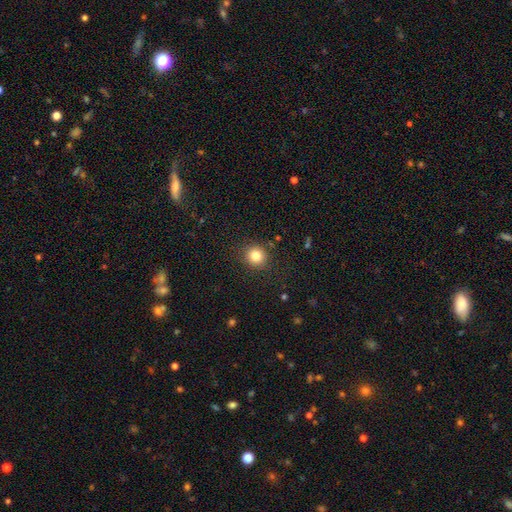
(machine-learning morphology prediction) The model was most divided on "smooth or featured": smooth: 82%, star or artifact: 12%, featured or disk: 6%. More confident: how rounded — round (89%); merging — none (88%).